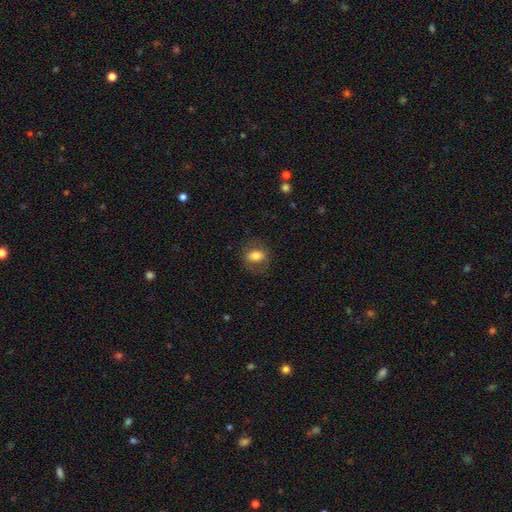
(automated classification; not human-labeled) Q: Smooth or featured?
A: smooth (70%); runner-up: featured or disk (22%)
Q: How rounded?
A: in between (73%); runner-up: round (24%)
Q: Merging?
A: none (74%); runner-up: minor disturbance (16%)